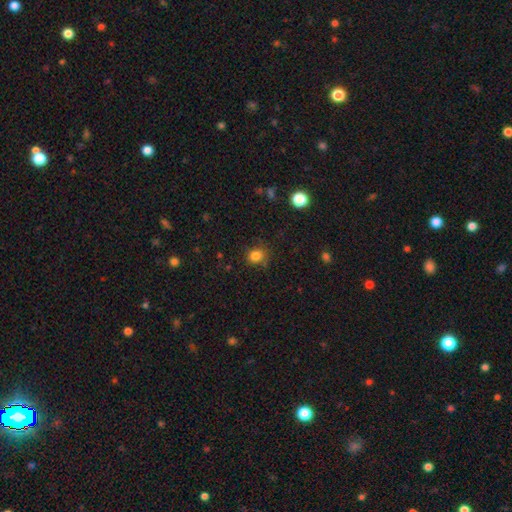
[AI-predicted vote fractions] smooth 83%, star or artifact 13%, featured or disk 5%. Down the decision tree: how rounded — round (77%); merging — none (78%).